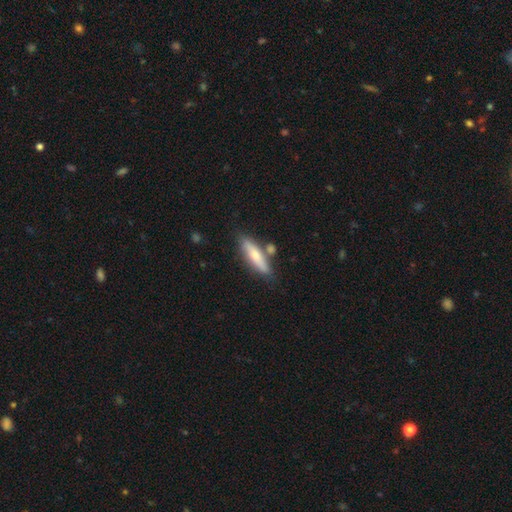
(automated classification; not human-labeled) A smooth galaxy with no disk features (60%) that is cigar-shaped (70%).

Vote fractions:
- Smooth or featured? smooth: 60% / featured or disk: 34% / star or artifact: 6%
- How rounded? cigar-shaped: 70% / in between: 28% / round: 2%
- Merging? none: 71% / minor disturbance: 14% / merger: 12% / major disturbance: 3%